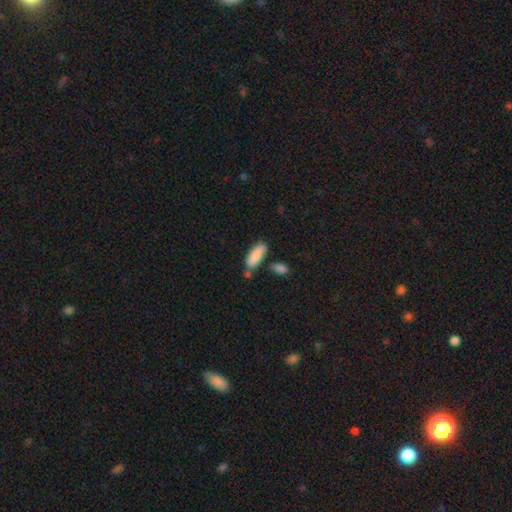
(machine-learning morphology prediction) Smooth or featured? Predicted: smooth (p=0.86). How rounded? Predicted: in between (p=0.72). Merging? Predicted: none (p=0.64).